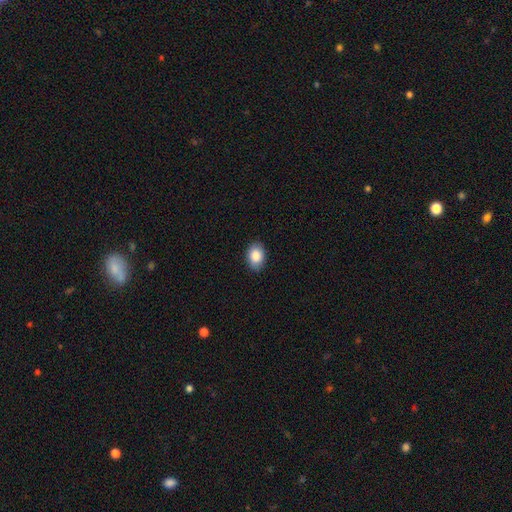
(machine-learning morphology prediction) This appears to be a smooth galaxy with no disk features (87%) that is in between round and cigar-shaped (84%). Merging: none (87%).